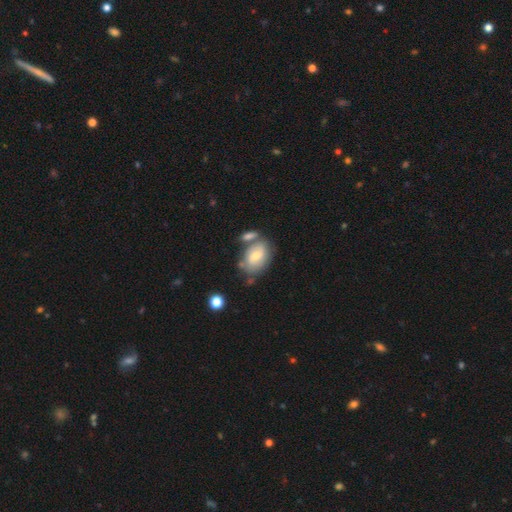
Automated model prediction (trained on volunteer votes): Smooth or featured? Predicted: smooth (p=0.56). How rounded? Predicted: in between (p=0.77). Merging? Predicted: none (p=0.47).